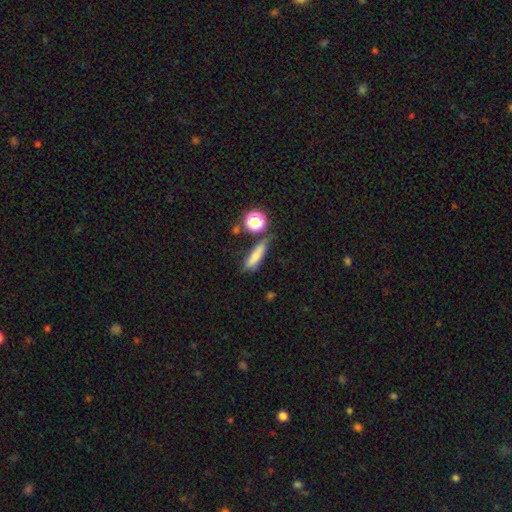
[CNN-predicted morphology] A smooth galaxy with no disk features (72%) that is cigar-shaped (65%).

Vote fractions:
- Smooth or featured? smooth: 72% / featured or disk: 16% / star or artifact: 12%
- How rounded? cigar-shaped: 65% / in between: 27% / round: 8%
- Merging? none: 62% / minor disturbance: 21% / merger: 9% / major disturbance: 7%